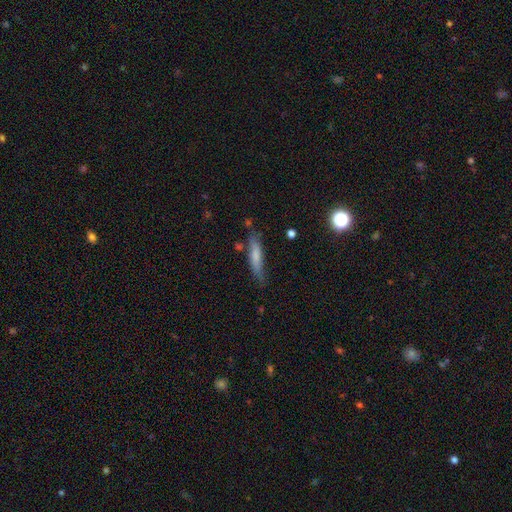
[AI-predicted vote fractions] Smooth or featured? Predicted: smooth (p=0.68). How rounded? Predicted: cigar-shaped (p=0.81). Merging? Predicted: none (p=0.70).